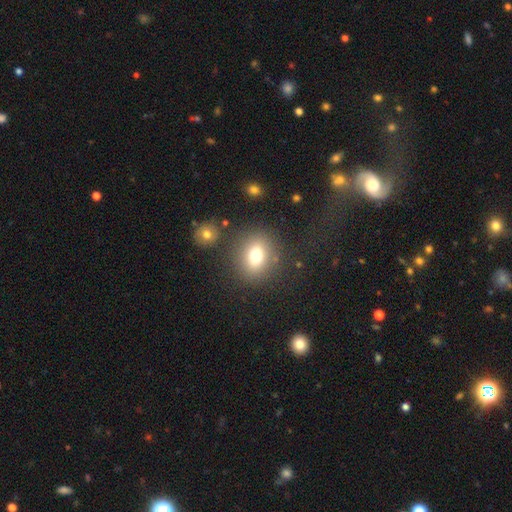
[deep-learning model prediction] Smooth or featured? Predicted: smooth (p=0.75). How rounded? Predicted: round (p=0.53). Merging? Predicted: none (p=0.80).